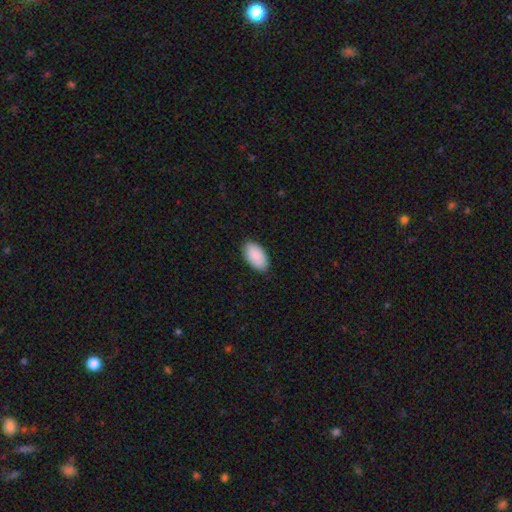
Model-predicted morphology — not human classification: This is clearly a smooth galaxy (90%). How rounded: clearly in between (96%). Merging: clearly none (87%).